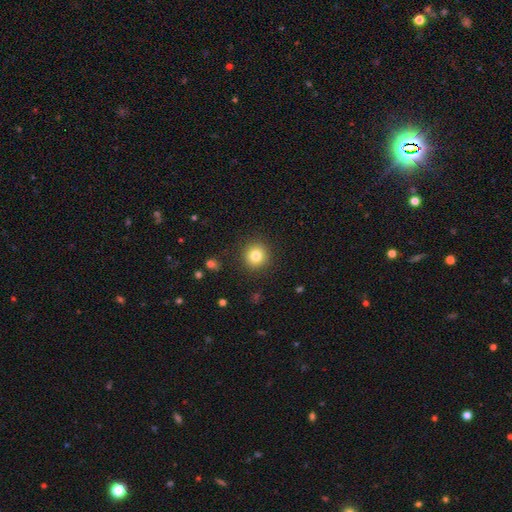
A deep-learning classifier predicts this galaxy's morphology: A smooth galaxy with no disk features (81%) that is round (93%).

Vote fractions:
- Smooth or featured? smooth: 81% / star or artifact: 11% / featured or disk: 8%
- How rounded? round: 93% / in between: 6% / cigar-shaped: 1%
- Merging? none: 91% / minor disturbance: 6% / major disturbance: 2% / merger: 1%